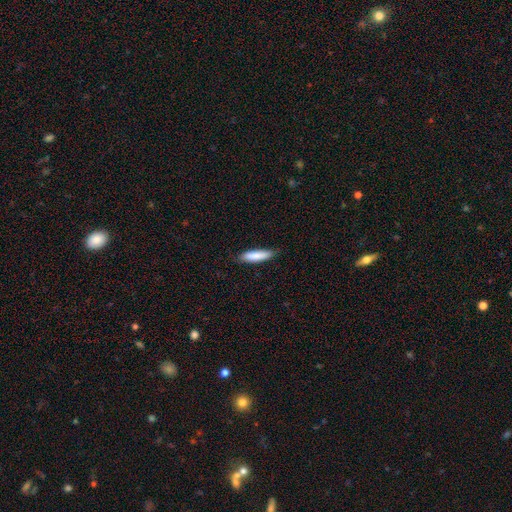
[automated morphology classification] The model was most divided on "how rounded": cigar-shaped: 70%, in between: 29%, round: 1%. More confident: smooth or featured — smooth (84%); merging — none (83%).